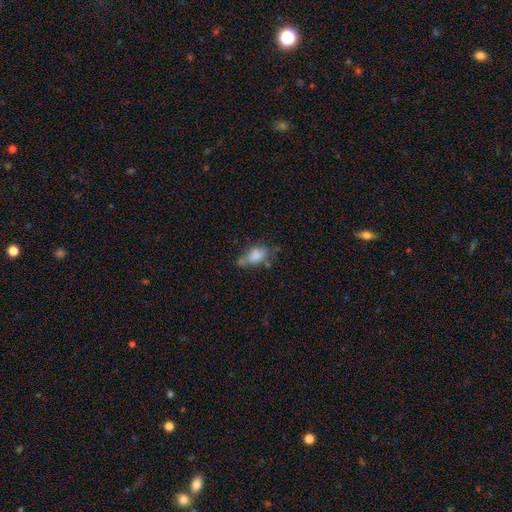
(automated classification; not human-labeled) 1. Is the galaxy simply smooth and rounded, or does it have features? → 76% smooth, 14% featured or disk, 9% star or artifact.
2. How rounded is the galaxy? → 86% in between, 8% round, 7% cigar-shaped.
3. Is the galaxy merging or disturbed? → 41% none, 29% minor disturbance, 16% merger, 13% major disturbance.